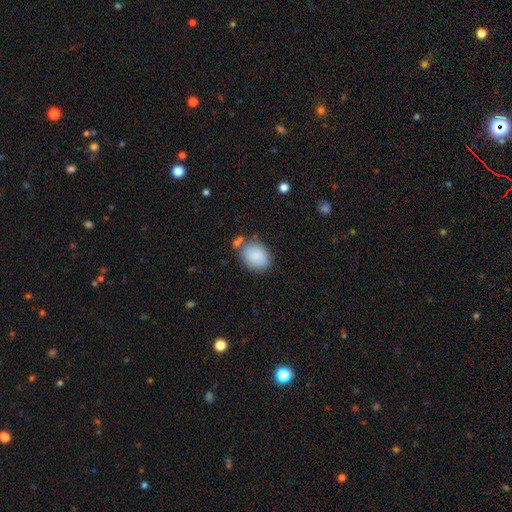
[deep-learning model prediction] A smooth galaxy with no disk features (87%) that is in between round and cigar-shaped (65%). Merging: none (68%).